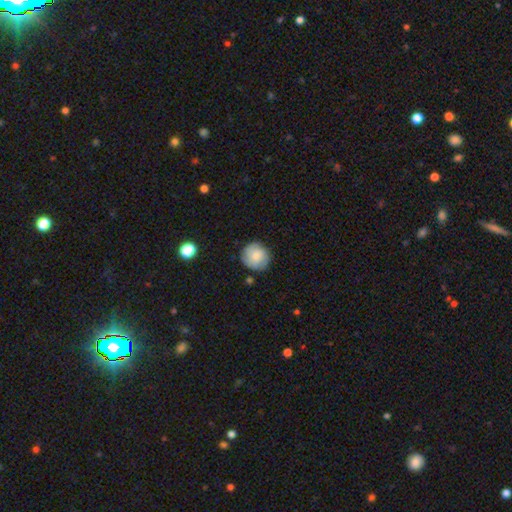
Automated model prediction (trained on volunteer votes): Smooth or featured?
  - smooth: 65% *
  - featured or disk: 27%
  - star or artifact: 8%
How rounded?
  - round: 91% *
  - in between: 8%
  - cigar-shaped: 1%
Merging?
  - none: 81% *
  - minor disturbance: 13%
  - major disturbance: 3%
  - merger: 2%